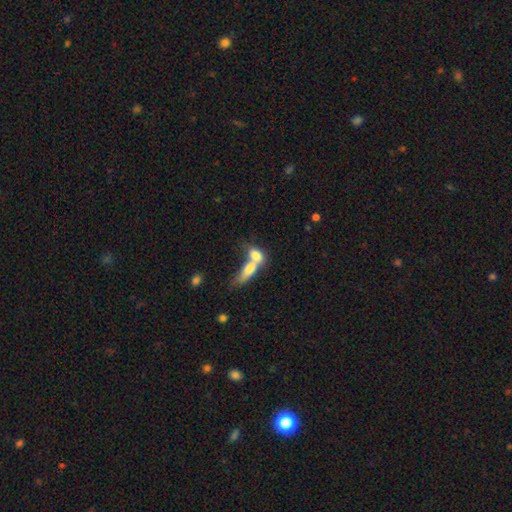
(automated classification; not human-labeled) Smooth or featured: smooth — 70% (featured or disk — 22%)
How rounded: in between — 72% (cigar-shaped — 19%)
Merging: merger — 74% (none — 14%)